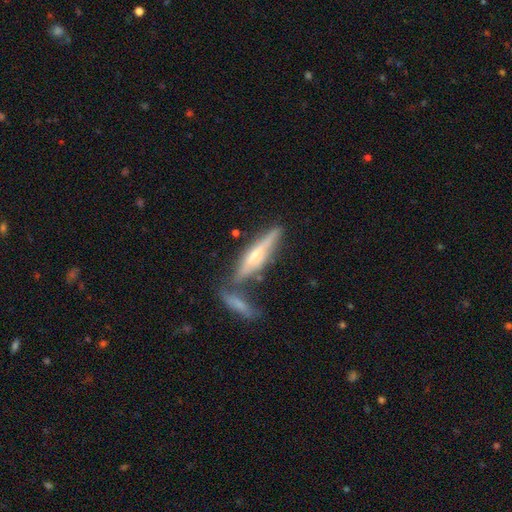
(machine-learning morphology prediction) Q: Smooth or featured?
A: featured or disk (57%); runner-up: smooth (36%)
Q: Edge-on disk?
A: yes (92%); runner-up: no (8%)
Q: Edge-on bulge?
A: rounded (64%); runner-up: none (21%)
Q: Merging?
A: none (57%); runner-up: merger (22%)